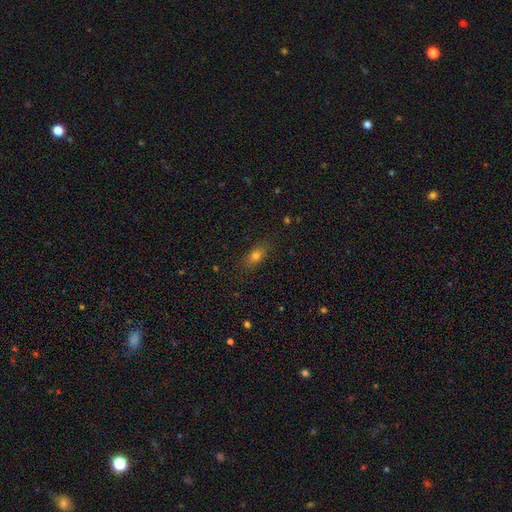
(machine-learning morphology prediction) A smooth galaxy with no disk features (73%) that is in between round and cigar-shaped (76%).

Vote fractions:
- Smooth or featured? smooth: 73% / featured or disk: 14% / star or artifact: 12%
- How rounded? in between: 76% / cigar-shaped: 13% / round: 10%
- Merging? none: 83% / minor disturbance: 12% / major disturbance: 3% / merger: 1%